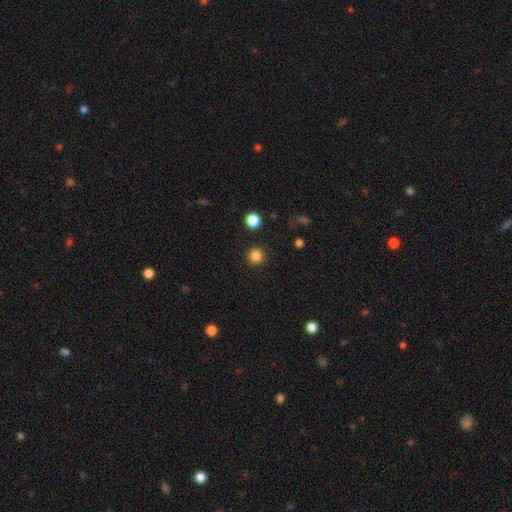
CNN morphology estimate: This is clearly a smooth galaxy (84%). How rounded: clearly round (95%). Merging: clearly none (92%).